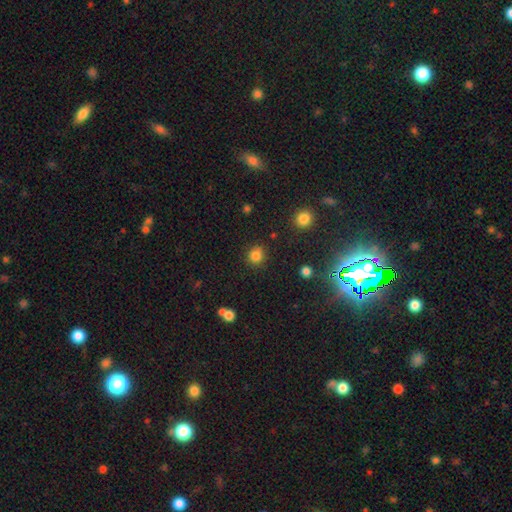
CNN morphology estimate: Smooth or featured?
  - smooth: 83% *
  - star or artifact: 13%
  - featured or disk: 4%
How rounded?
  - round: 87% *
  - in between: 12%
  - cigar-shaped: 1%
Merging?
  - none: 86% *
  - minor disturbance: 8%
  - merger: 3%
  - major disturbance: 3%